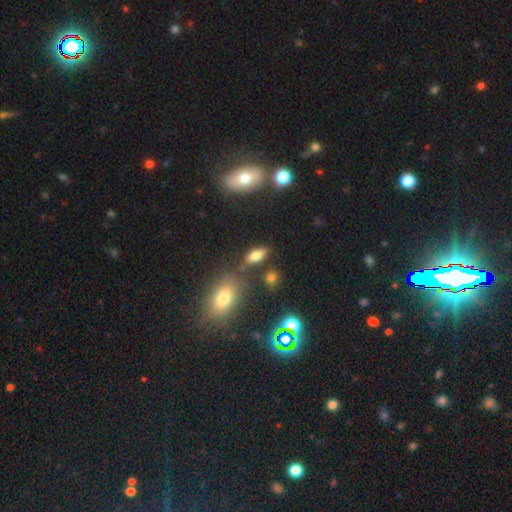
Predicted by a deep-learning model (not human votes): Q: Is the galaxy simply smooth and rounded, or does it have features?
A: smooth — 75%.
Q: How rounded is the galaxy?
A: in between — 79%.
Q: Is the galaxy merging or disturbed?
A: none — 74%.